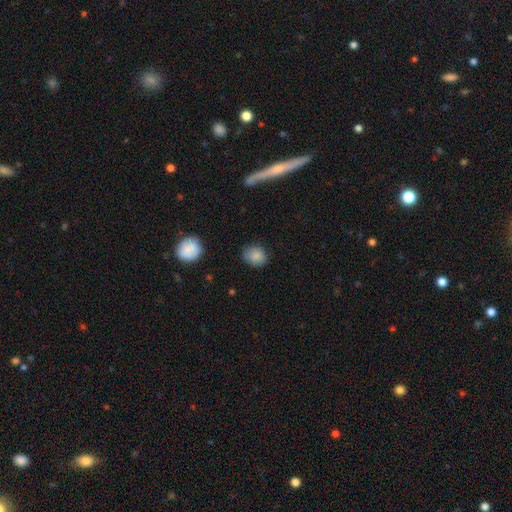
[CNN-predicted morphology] This appears to be a smooth galaxy with no disk features (85%) that is round (55%). Merging: none (78%).